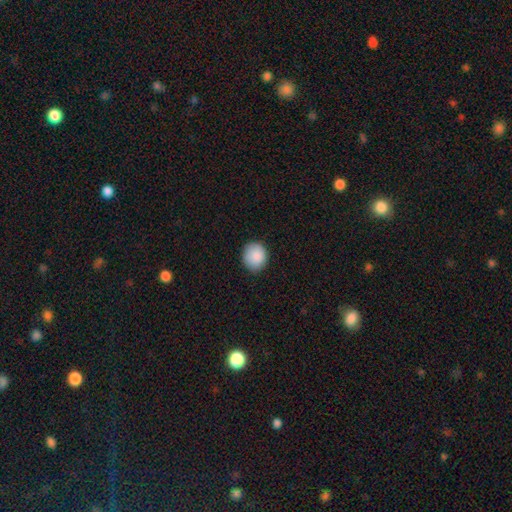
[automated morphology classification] smooth-or-featured: smooth: 89% | star or artifact: 7% | featured or disk: 4%
  how-rounded: round: 76% | in between: 23% | cigar-shaped: 1%
  merging: none: 85% | minor disturbance: 11% | major disturbance: 2% | merger: 1%